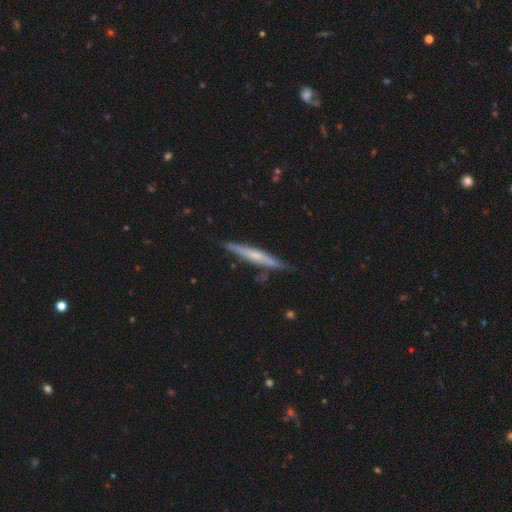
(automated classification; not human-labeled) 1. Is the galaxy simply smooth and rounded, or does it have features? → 59% featured or disk, 35% smooth, 6% star or artifact.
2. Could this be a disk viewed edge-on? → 95% yes, 5% no.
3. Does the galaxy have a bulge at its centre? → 51% rounded, 39% none, 10% boxy.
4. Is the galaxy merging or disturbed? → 81% none, 14% minor disturbance, 3% merger, 2% major disturbance.